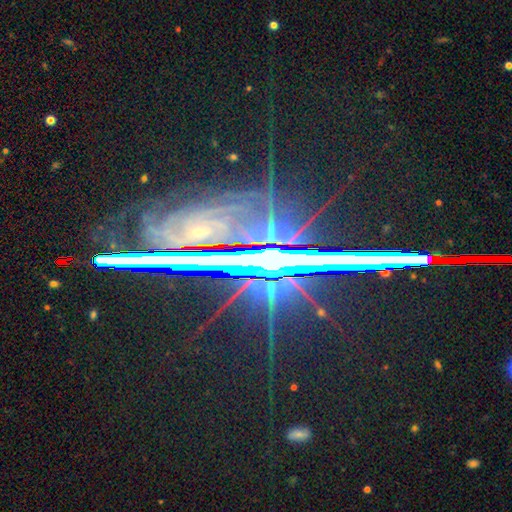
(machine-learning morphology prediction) Smooth or featured: star or artifact — 63% (featured or disk — 26%)